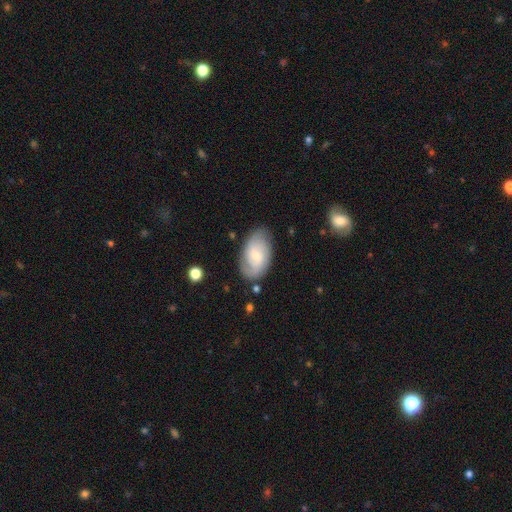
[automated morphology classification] A featured or disk galaxy (55%) with no bar (47%), spiral arms (85%) and a small central bulge (63%).

Vote fractions:
- Smooth or featured? featured or disk: 55% / smooth: 39% / star or artifact: 6%
- Edge-on disk? no: 95% / yes: 5%
- Bar? no: 47% / weak: 45% / strong: 8%
- Spiral arms? yes: 85% / no: 15%
- Bulge size? small: 63% / moderate: 30% / none: 3% / large: 2% / dominant: 1%
- Merging? none: 76% / minor disturbance: 17% / major disturbance: 5% / merger: 2%